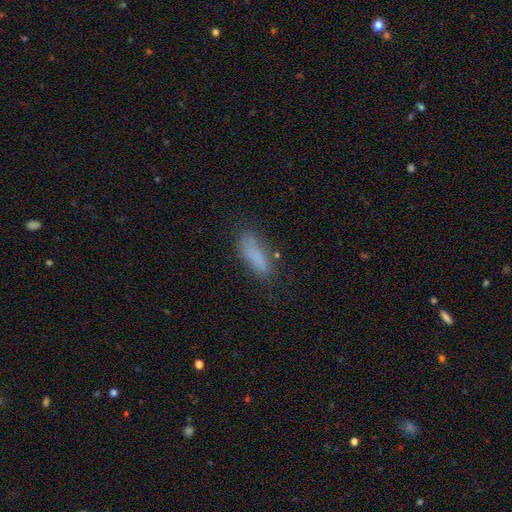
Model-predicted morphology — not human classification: Smooth or featured? Predicted: smooth (p=0.81). How rounded? Predicted: in between (p=0.52). Merging? Predicted: none (p=0.71).